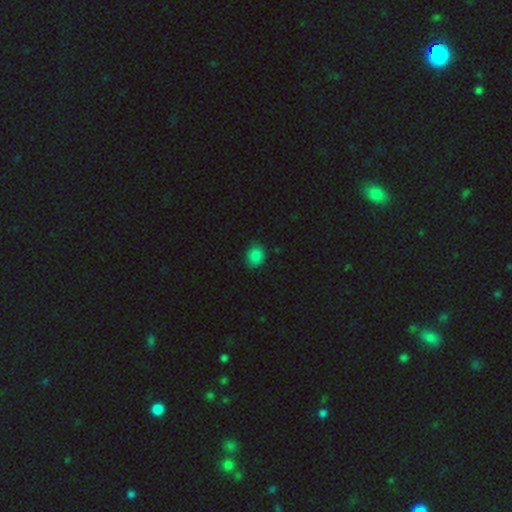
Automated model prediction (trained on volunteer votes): A smooth galaxy with no disk features (84%) that is round (71%). Merging: none (83%).